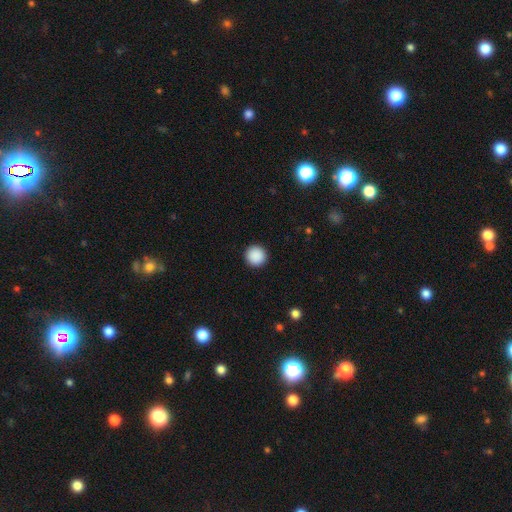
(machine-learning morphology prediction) The model was most divided on "smooth or featured": smooth: 90%, star or artifact: 8%, featured or disk: 2%. More confident: how rounded — round (96%); merging — none (94%).